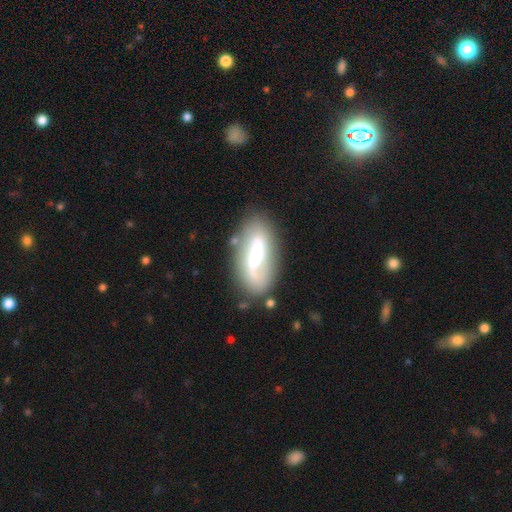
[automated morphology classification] The model was most divided on "bar": weak: 41%, strong: 35%, no: 24%. Remaining: edge-on disk — no (90%); spiral arms — yes (81%); merging — none (73%); smooth or featured — featured or disk (66%); bulge size — moderate (47%).